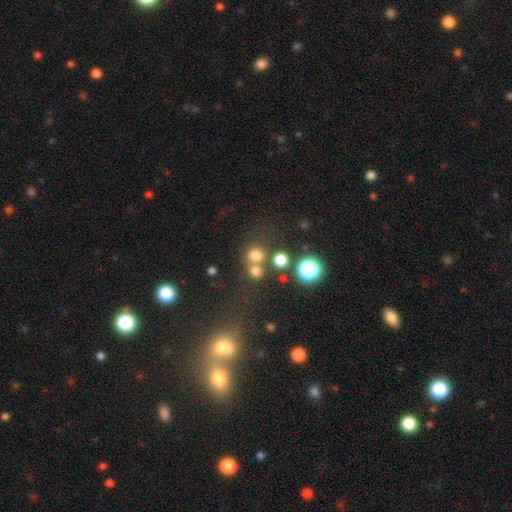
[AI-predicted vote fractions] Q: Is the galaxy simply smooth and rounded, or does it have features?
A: smooth — 71%.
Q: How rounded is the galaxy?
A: round — 88%.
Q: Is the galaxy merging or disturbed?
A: none — 59%.